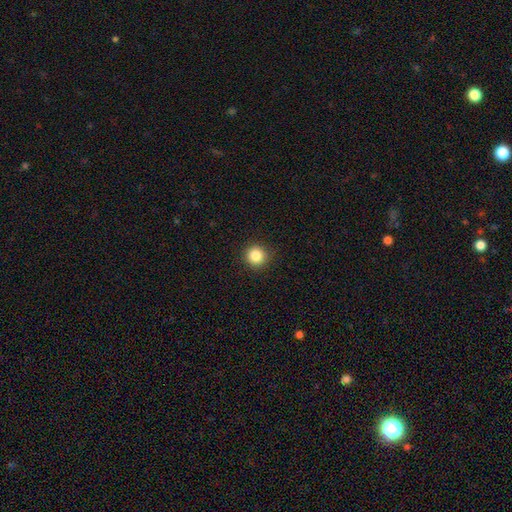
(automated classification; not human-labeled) Morphology: type=smooth (85%); roundness=round (95%); merging=none (92%).